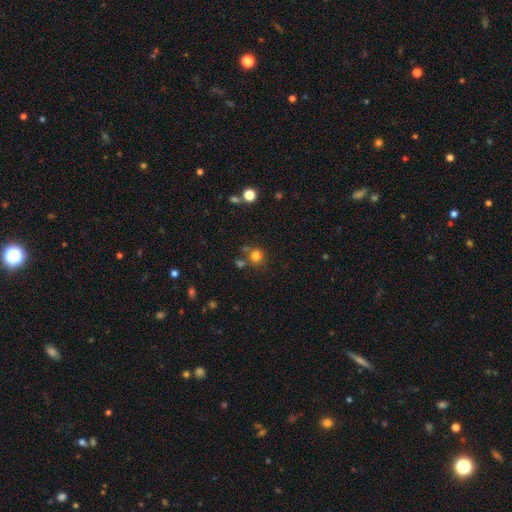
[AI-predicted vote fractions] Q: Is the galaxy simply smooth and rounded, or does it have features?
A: smooth — 76%.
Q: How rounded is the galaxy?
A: round — 86%.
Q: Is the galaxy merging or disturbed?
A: none — 65%.